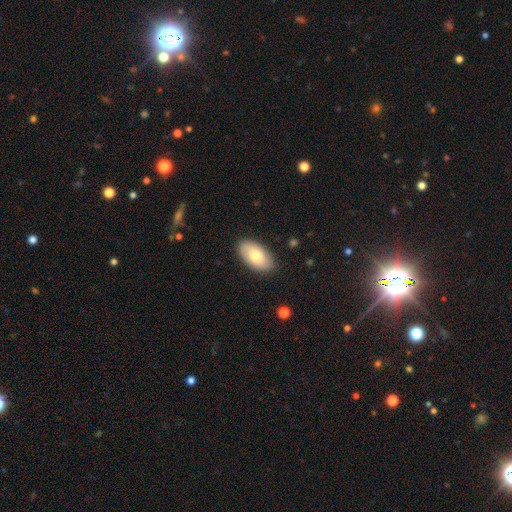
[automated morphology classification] Q: Smooth or featured?
A: smooth (77%); runner-up: featured or disk (18%)
Q: How rounded?
A: in between (95%); runner-up: round (3%)
Q: Merging?
A: none (86%); runner-up: minor disturbance (11%)